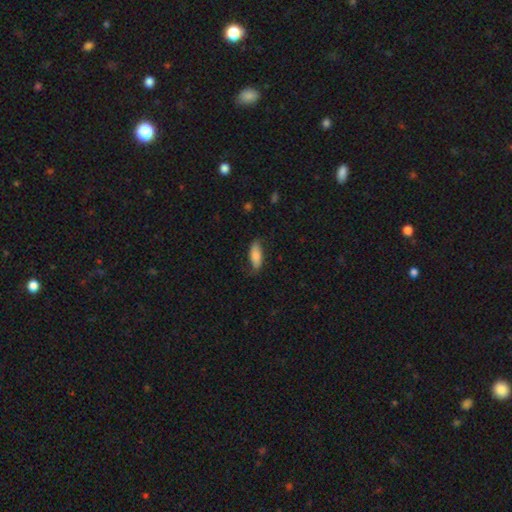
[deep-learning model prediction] smooth_or_featured: smooth (p=0.76) [alt: featured or disk p=0.17]
how_rounded: in between (p=0.74) [alt: cigar-shaped p=0.24]
merging: none (p=0.70) [alt: minor disturbance p=0.23]